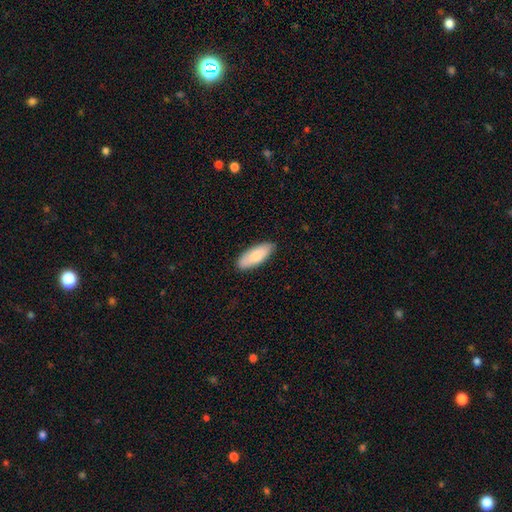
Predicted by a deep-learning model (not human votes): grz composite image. It shows a smooth galaxy with no disk features (80%) that is in between round and cigar-shaped (76%). Merging: none (87%).